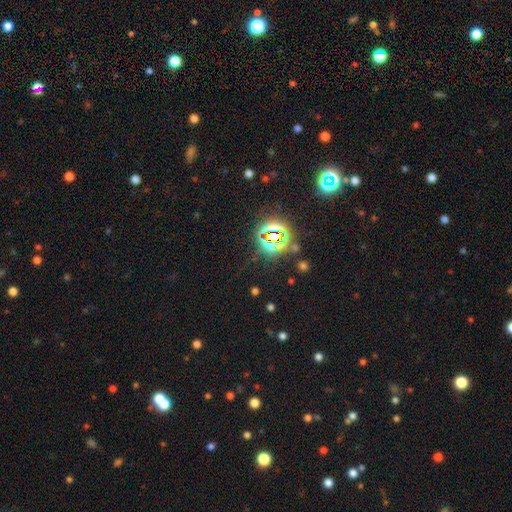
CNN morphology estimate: Smooth or featured? Predicted: star or artifact (p=0.80).